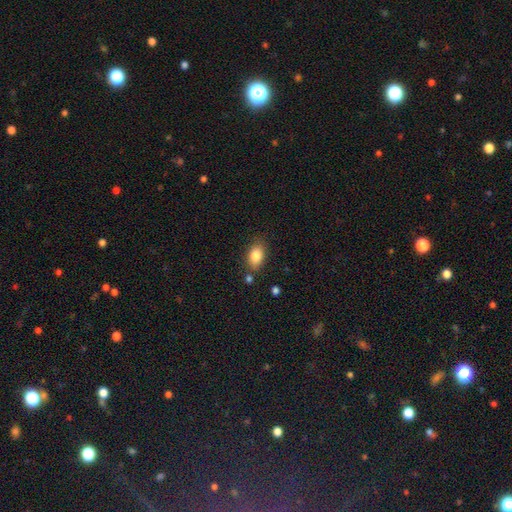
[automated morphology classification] smooth_or_featured: smooth (p=0.84) [alt: star or artifact p=0.08]
how_rounded: in between (p=0.86) [alt: round p=0.12]
merging: none (p=0.77) [alt: minor disturbance p=0.14]